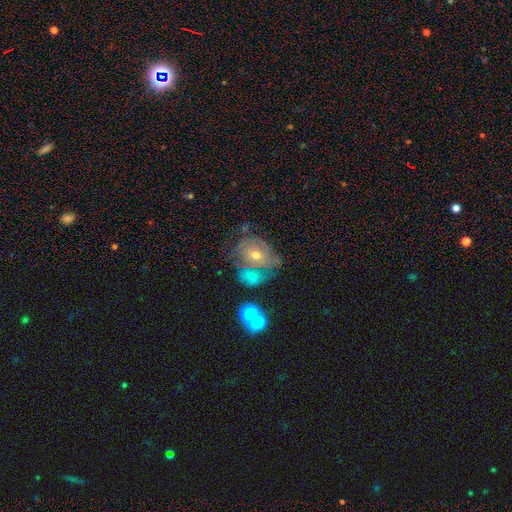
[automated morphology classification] This appears to be a featured or disk galaxy (63%) with no bar (71%), spiral arms (76%) and a moderate central bulge (56%). Merging: none (46%).